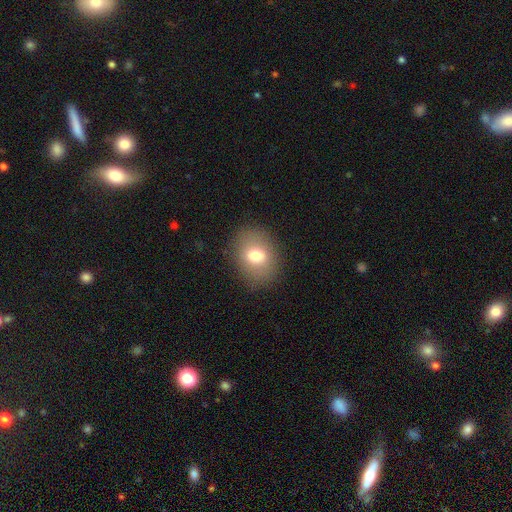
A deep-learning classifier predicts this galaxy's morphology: The model was most divided on "how rounded": in between: 56%, round: 43%, cigar-shaped: 1%. More confident: merging — none (85%); smooth or featured — smooth (73%).